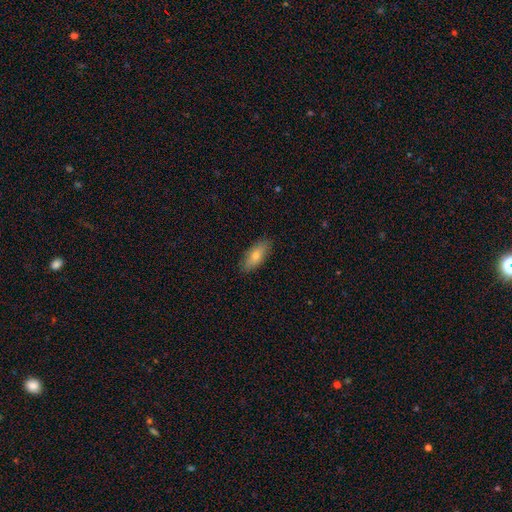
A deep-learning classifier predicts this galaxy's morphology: smooth 69%, featured or disk 24%, star or artifact 7%. Down the decision tree: how rounded — in between (74%); merging — none (87%).